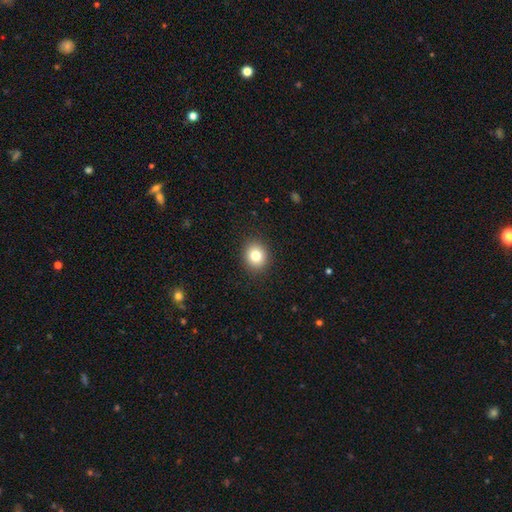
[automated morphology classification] Smooth or featured?
  - smooth: 80% *
  - star or artifact: 11%
  - featured or disk: 9%
How rounded?
  - round: 75% *
  - in between: 24%
  - cigar-shaped: 1%
Merging?
  - none: 90% *
  - minor disturbance: 7%
  - major disturbance: 2%
  - merger: 1%